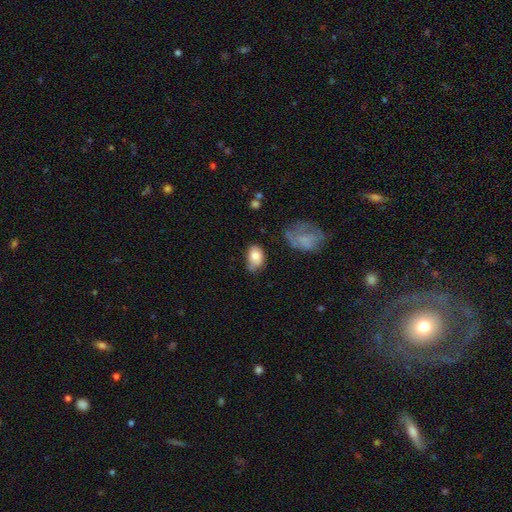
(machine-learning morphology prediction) The model was most divided on "merging": none: 47%, minor disturbance: 36%, major disturbance: 11%, merger: 6%. More confident: how rounded — in between (84%); smooth or featured — smooth (76%).